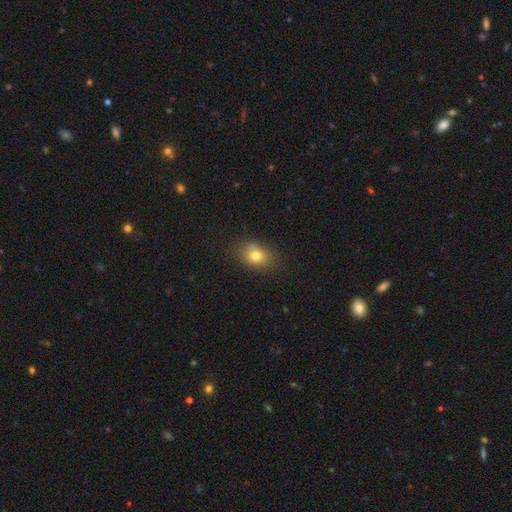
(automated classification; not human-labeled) A smooth galaxy with no disk features (77%) that is in between round and cigar-shaped (68%). Merging: none (76%).